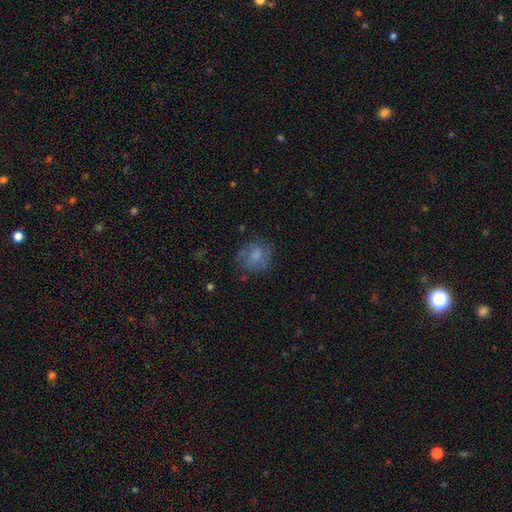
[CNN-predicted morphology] Q: Smooth or featured?
A: smooth (59%); runner-up: featured or disk (31%)
Q: How rounded?
A: round (64%); runner-up: in between (35%)
Q: Merging?
A: none (61%); runner-up: minor disturbance (21%)